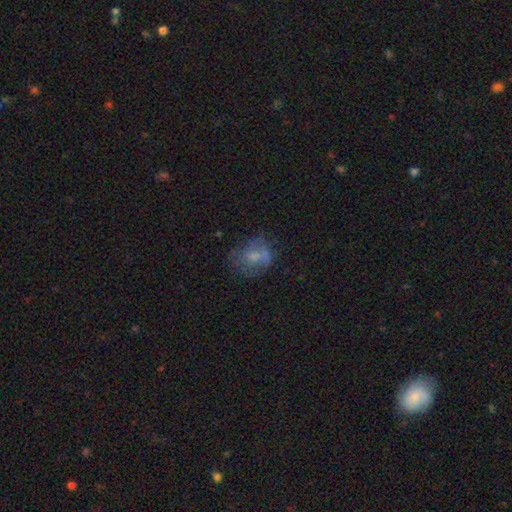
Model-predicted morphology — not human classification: type=smooth (51%); roundness=round (56%); merging=none (47%).